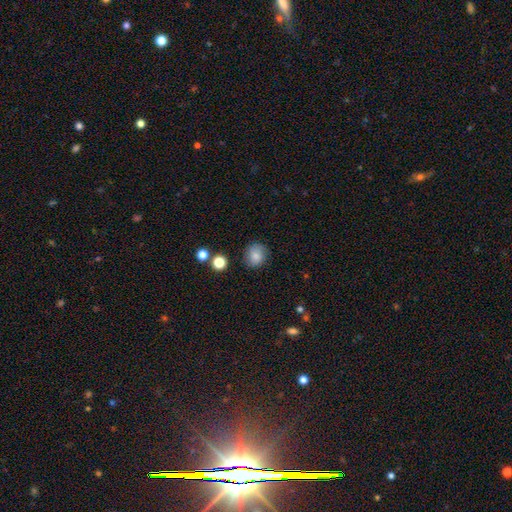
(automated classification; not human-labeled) Q: Smooth or featured?
A: smooth (83%); runner-up: star or artifact (10%)
Q: How rounded?
A: round (80%); runner-up: in between (19%)
Q: Merging?
A: none (81%); runner-up: minor disturbance (13%)